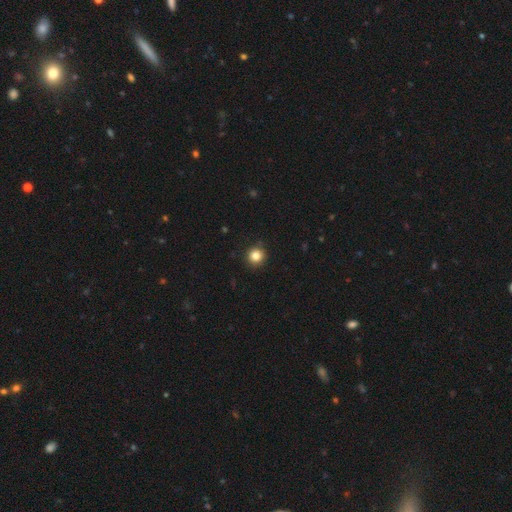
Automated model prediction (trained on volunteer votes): Morphology: type=smooth (84%); roundness=round (94%); merging=none (90%).